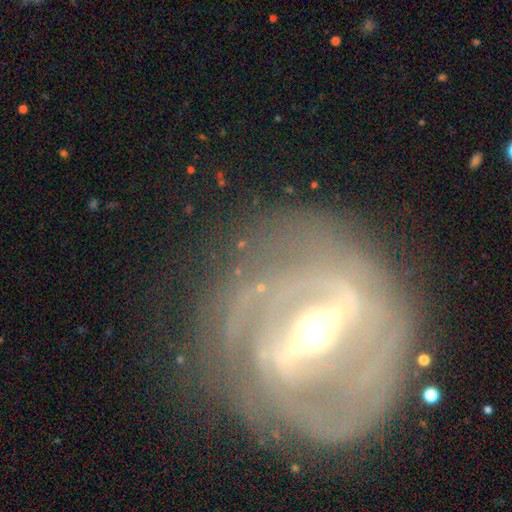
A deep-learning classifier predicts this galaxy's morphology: Q: Smooth or featured?
A: featured or disk (89%); runner-up: smooth (6%)
Q: Edge-on disk?
A: no (88%); runner-up: yes (12%)
Q: Bar?
A: strong (80%); runner-up: weak (15%)
Q: Spiral arms?
A: yes (84%); runner-up: no (16%)
Q: Spiral winding?
A: tight (66%); runner-up: medium (25%)
Q: Spiral arm count?
A: 2 (38%); runner-up: can't tell (30%)
Q: Bulge size?
A: moderate (66%); runner-up: small (23%)
Q: Merging?
A: none (77%); runner-up: minor disturbance (13%)